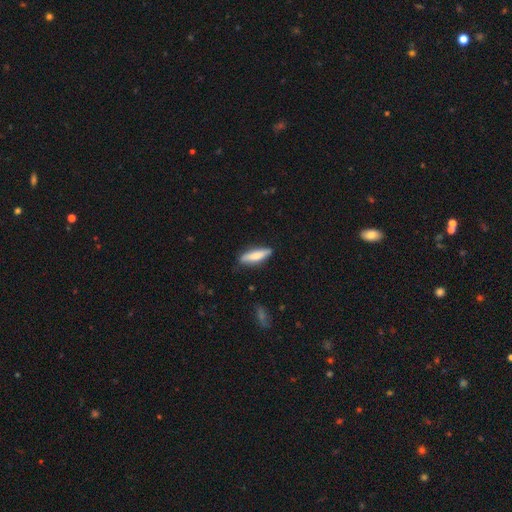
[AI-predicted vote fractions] Smooth or featured: smooth — 73% (featured or disk — 22%)
How rounded: cigar-shaped — 70% (in between — 28%)
Merging: none — 84% (minor disturbance — 12%)